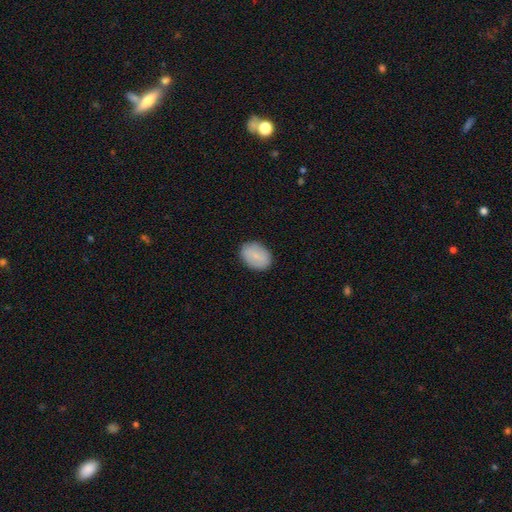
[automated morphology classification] type=smooth (81%); roundness=in between (71%); merging=none (87%).